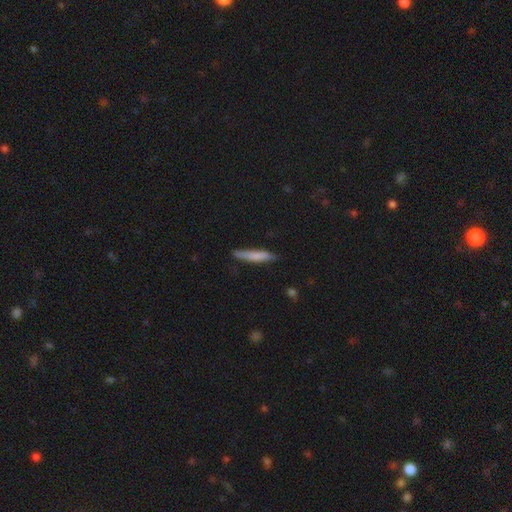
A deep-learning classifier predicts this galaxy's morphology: A smooth galaxy with no disk features (72%) that is cigar-shaped (92%). Merging: none (79%).